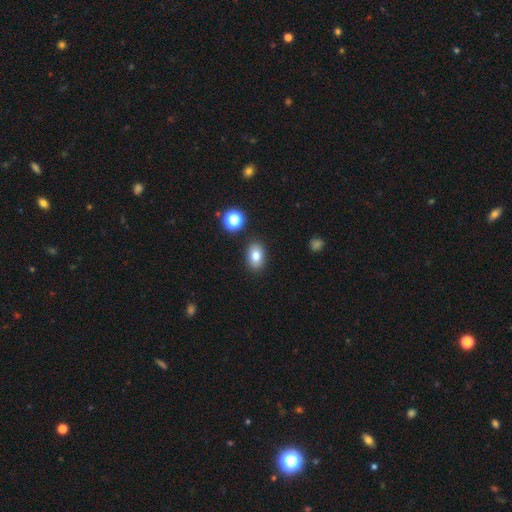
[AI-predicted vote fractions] smooth-or-featured: smooth: 81% | star or artifact: 10% | featured or disk: 9%
  how-rounded: in between: 82% | round: 16% | cigar-shaped: 1%
  merging: none: 86% | minor disturbance: 9% | merger: 3% | major disturbance: 2%